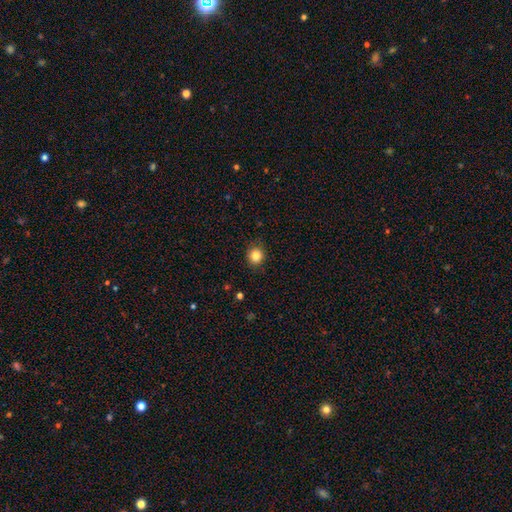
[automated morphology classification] This appears to be a smooth galaxy with no disk features (85%) that is round (84%). Merging: none (87%).